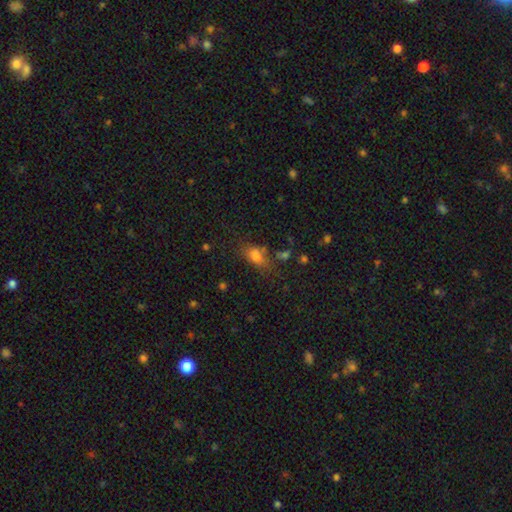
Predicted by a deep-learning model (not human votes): smooth_or_featured: smooth (p=0.74) [alt: star or artifact p=0.15]
how_rounded: in between (p=0.77) [alt: round p=0.13]
merging: none (p=0.57) [alt: minor disturbance p=0.22]